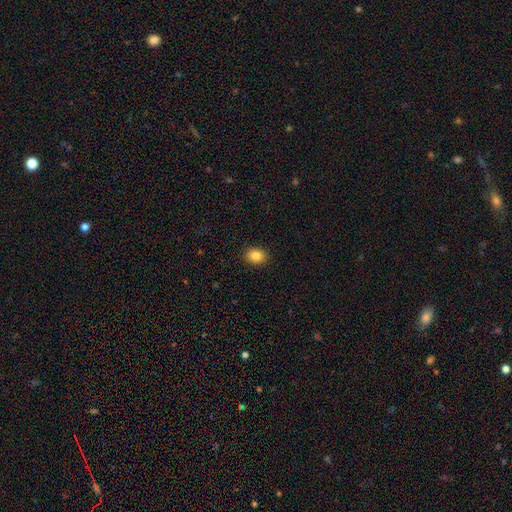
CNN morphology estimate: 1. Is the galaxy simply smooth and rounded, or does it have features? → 86% smooth, 9% star or artifact, 5% featured or disk.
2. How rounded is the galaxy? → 63% in between, 36% round, 1% cigar-shaped.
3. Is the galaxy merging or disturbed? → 90% none, 7% minor disturbance, 2% major disturbance, 1% merger.